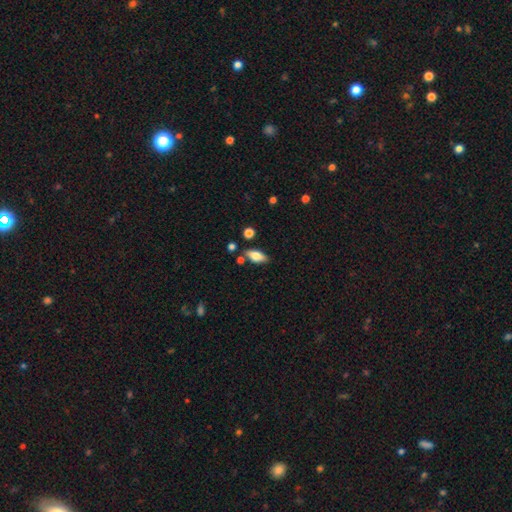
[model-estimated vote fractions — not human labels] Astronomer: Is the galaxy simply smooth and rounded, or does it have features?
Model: smooth — 74%.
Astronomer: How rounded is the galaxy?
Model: in between — 84%.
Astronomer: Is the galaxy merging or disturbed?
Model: none — 79%.